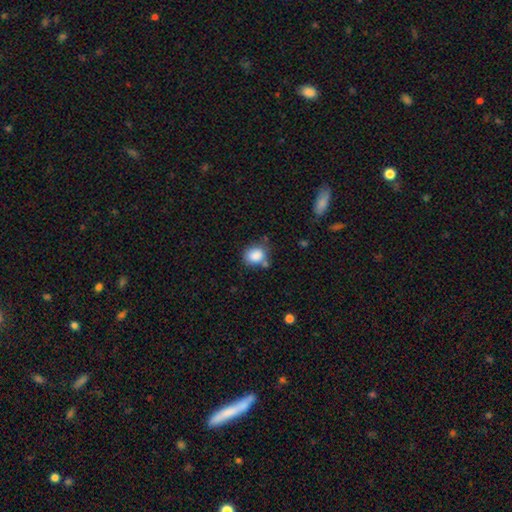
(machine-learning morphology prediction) A smooth galaxy with no disk features (86%) that is in between round and cigar-shaped (50%). Merging: none (62%).